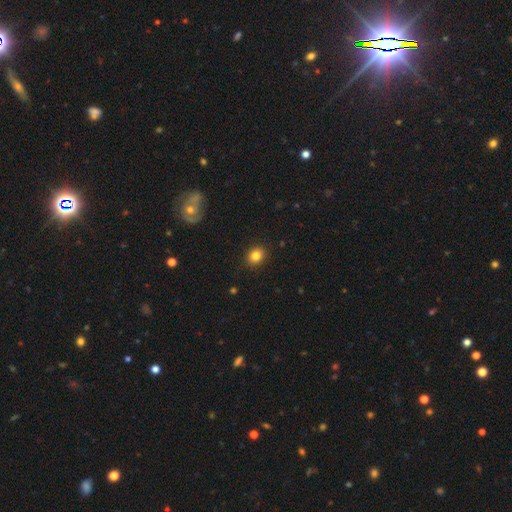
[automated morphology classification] type=smooth (83%); roundness=round (70%); merging=none (90%).